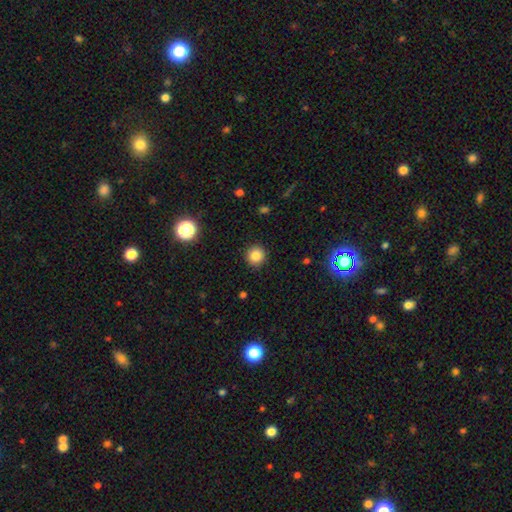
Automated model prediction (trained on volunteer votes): Smooth or featured: smooth — 84% (star or artifact — 11%)
How rounded: round — 93% (in between — 6%)
Merging: none — 91% (minor disturbance — 6%)